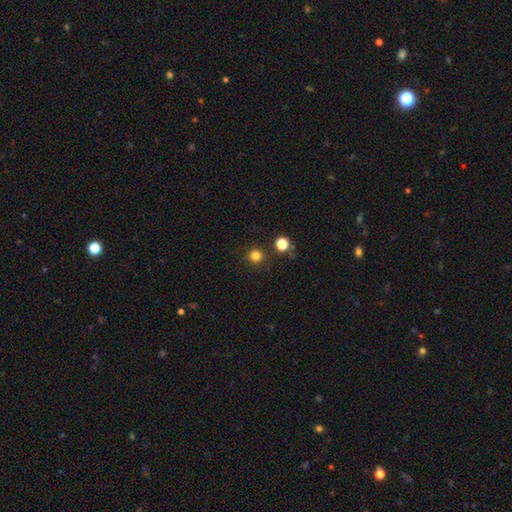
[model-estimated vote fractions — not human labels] This is clearly a smooth galaxy (81%). How rounded: clearly round (95%). Merging: clearly none (88%).